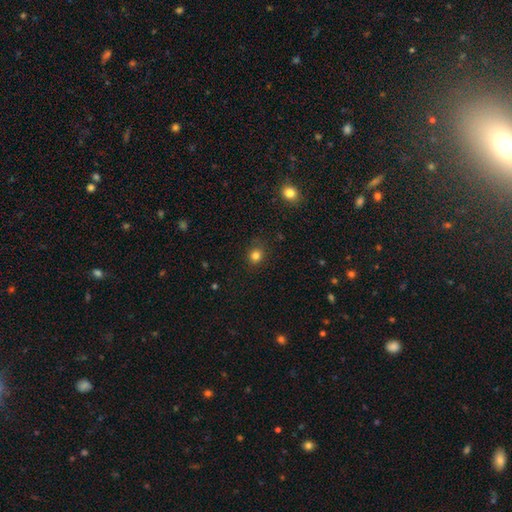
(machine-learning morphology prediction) Overall: smooth (82%). How rounded: round (77%). Merging: none (84%).